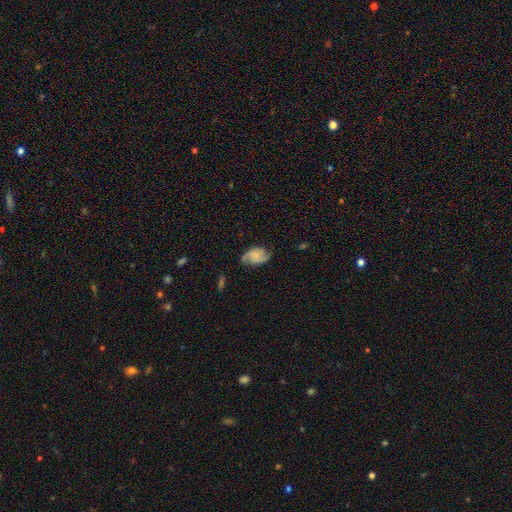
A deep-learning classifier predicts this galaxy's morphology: A featured or disk galaxy (69%) with no bar (70%), 2 (85%) medium (44%) spiral arms (94%) and a small central bulge (47%).

Vote fractions:
- Smooth or featured? featured or disk: 69% / smooth: 24% / star or artifact: 8%
- Edge-on disk? no: 97% / yes: 3%
- Bar? no: 70% / weak: 25% / strong: 5%
- Spiral arms? yes: 94% / no: 6%
- Spiral winding? medium: 44% / loose: 29% / tight: 27%
- Spiral arm count? 2: 85% / can't tell: 6% / 3: 3% / 1: 3% / 4: 1% / more than 4: 1%
- Bulge size? small: 47% / none: 32% / moderate: 16% / large: 3% / dominant: 2%
- Merging? none: 65% / minor disturbance: 24% / major disturbance: 9% / merger: 2%